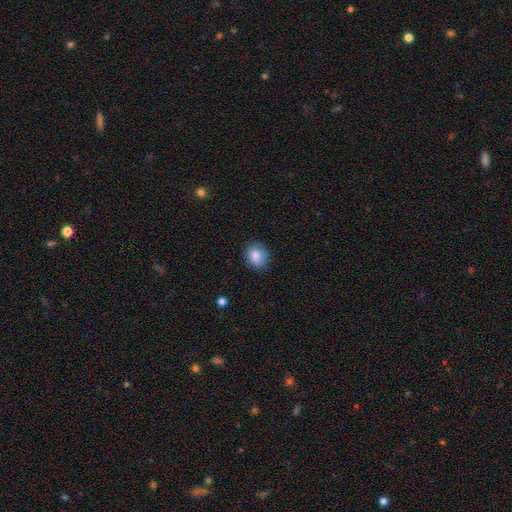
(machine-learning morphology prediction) The model was most divided on "how rounded": round: 63%, in between: 36%, cigar-shaped: 1%. More confident: merging — none (83%); smooth or featured — smooth (83%).